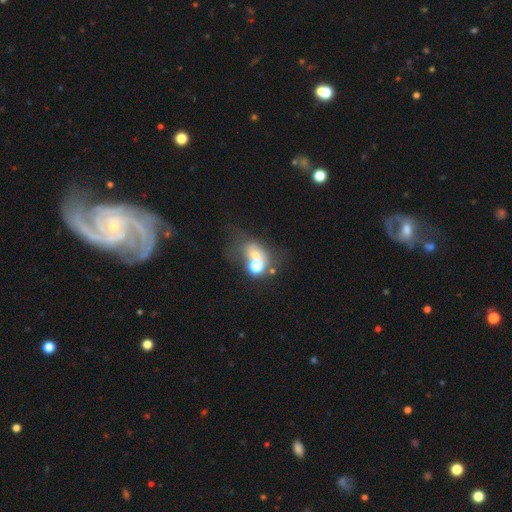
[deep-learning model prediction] Overall: smooth (48%; featured or disk 26%). Merging: merger (36%; none 31%).